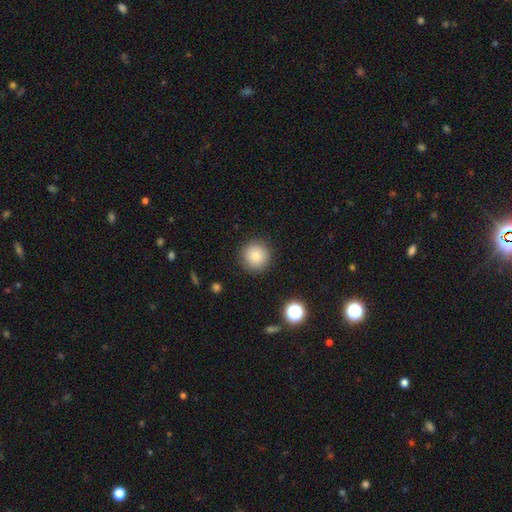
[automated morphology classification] This is clearly a smooth galaxy (83%). How rounded: clearly round (95%). Merging: clearly none (90%).